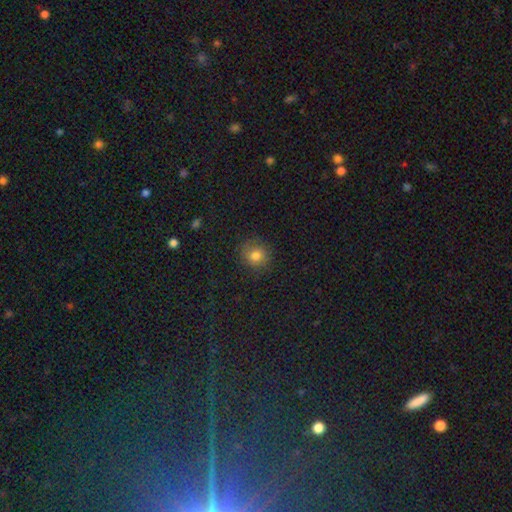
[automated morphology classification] Q: Smooth or featured?
A: smooth (78%); runner-up: star or artifact (14%)
Q: How rounded?
A: round (85%); runner-up: in between (14%)
Q: Merging?
A: none (84%); runner-up: minor disturbance (11%)